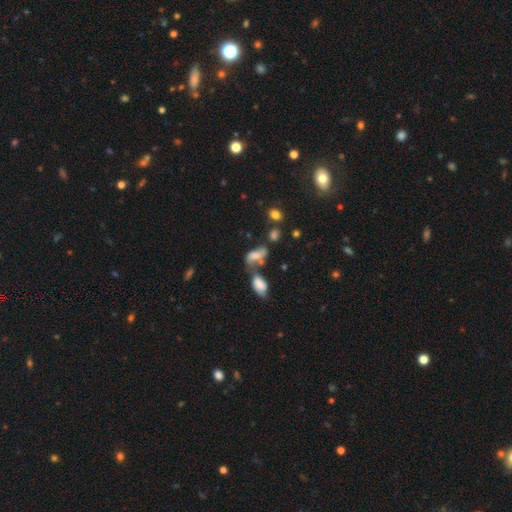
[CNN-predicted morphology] Smooth or featured: smooth — 65% (featured or disk — 23%)
How rounded: in between — 88% (cigar-shaped — 7%)
Merging: merger — 43% (none — 27%)